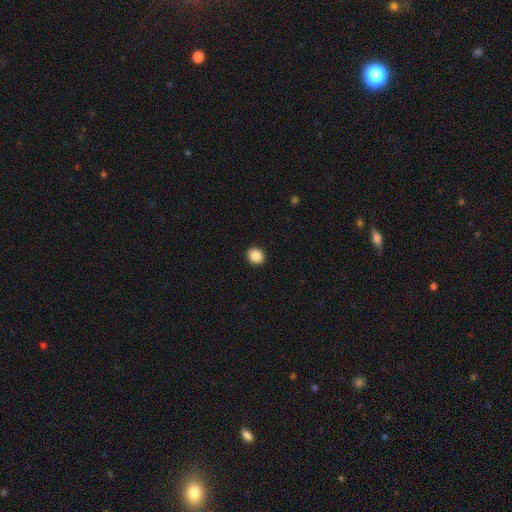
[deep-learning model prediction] Smooth or featured? Predicted: smooth (p=0.87). How rounded? Predicted: round (p=0.74). Merging? Predicted: none (p=0.92).